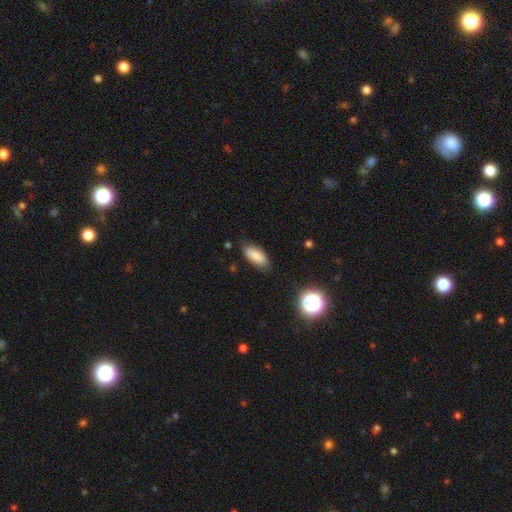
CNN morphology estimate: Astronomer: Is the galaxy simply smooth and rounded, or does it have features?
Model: smooth — 84%.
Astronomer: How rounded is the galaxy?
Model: in between — 87%.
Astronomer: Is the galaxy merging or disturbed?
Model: none — 77%.